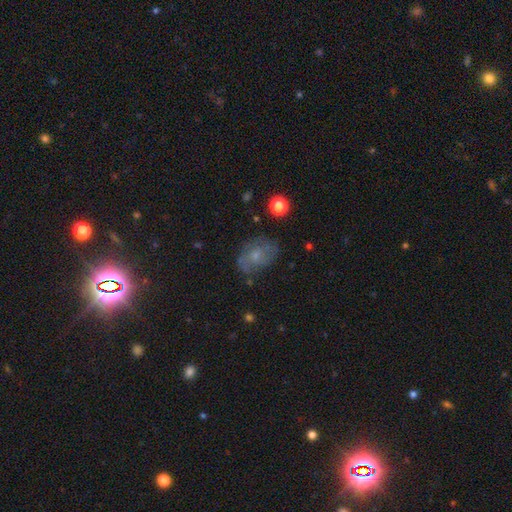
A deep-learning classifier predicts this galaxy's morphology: A featured or disk galaxy (45%).

Vote fractions:
- Smooth or featured? featured or disk: 45% / smooth: 42% / star or artifact: 13%
- Merging? none: 66% / minor disturbance: 22% / major disturbance: 10% / merger: 2%